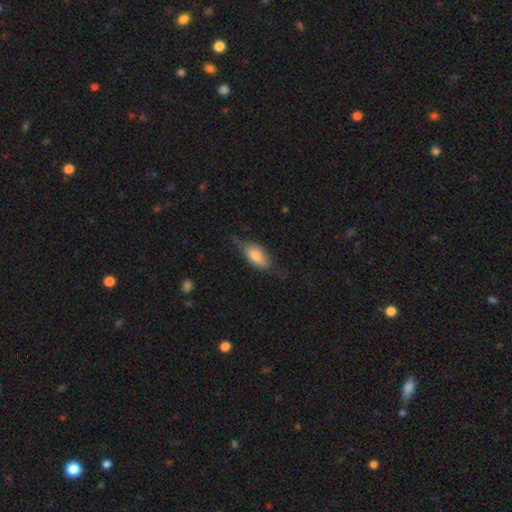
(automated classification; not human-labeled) This is likely a smooth galaxy (61%). How rounded: clearly in between (81%). Merging: possibly none (52%).